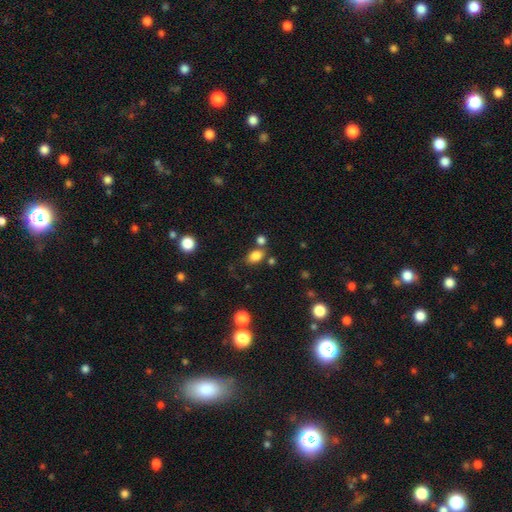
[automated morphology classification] smooth_or_featured: smooth (p=0.83) [alt: star or artifact p=0.11]
how_rounded: in between (p=0.82) [alt: round p=0.17]
merging: none (p=0.66) [alt: merger p=0.16]